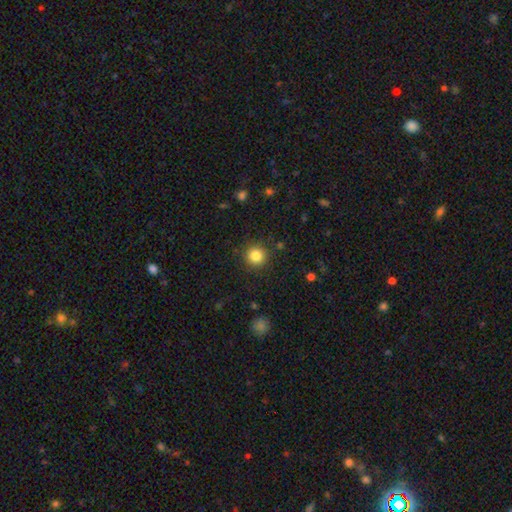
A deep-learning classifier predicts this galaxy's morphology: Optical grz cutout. It shows a smooth galaxy with no disk features (84%) that is round (94%). Merging: none (90%).